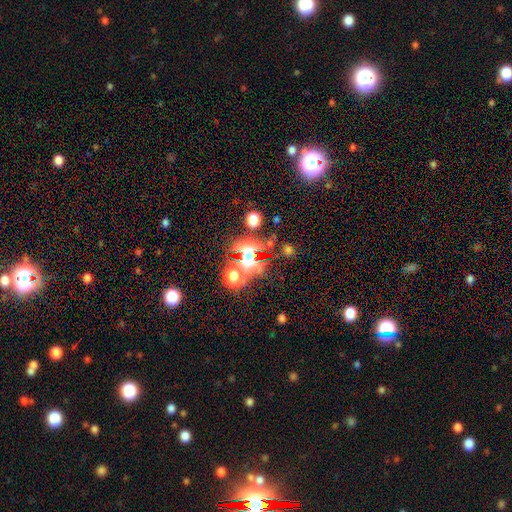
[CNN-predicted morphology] Smooth or featured: star or artifact — 55% (smooth — 31%)